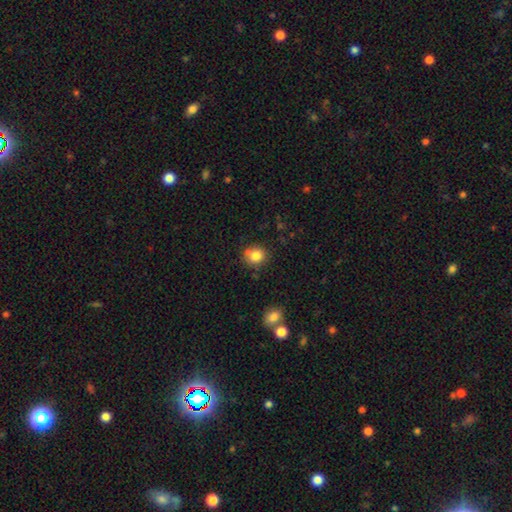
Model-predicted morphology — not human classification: Smooth or featured? Predicted: smooth (p=0.82). How rounded? Predicted: round (p=0.80). Merging? Predicted: none (p=0.72).